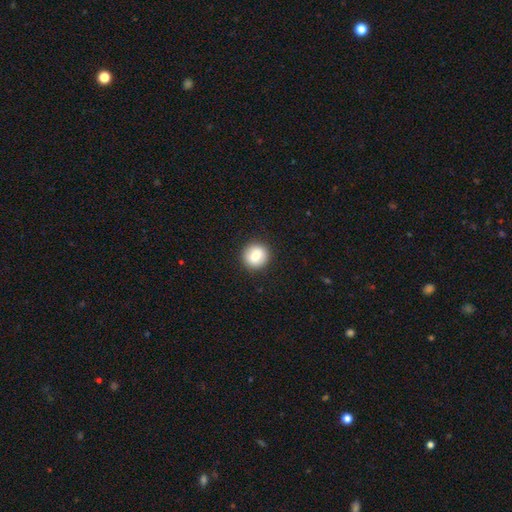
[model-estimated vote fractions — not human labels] Smooth or featured? Predicted: smooth (p=0.79). How rounded? Predicted: round (p=0.90). Merging? Predicted: none (p=0.91).